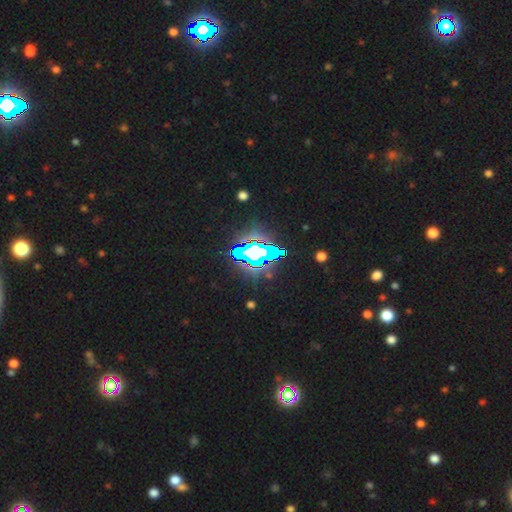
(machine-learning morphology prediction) Smooth or featured? Predicted: star or artifact (p=0.77).